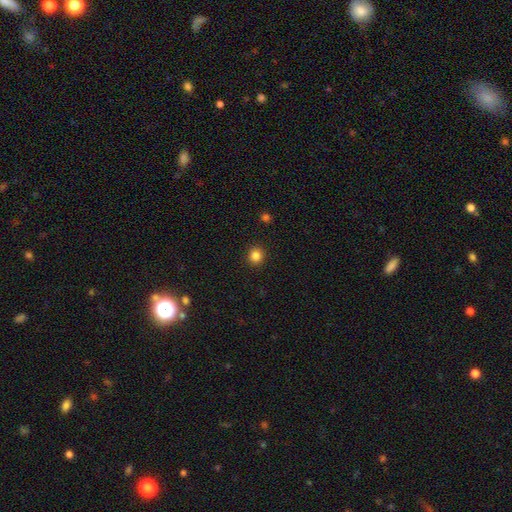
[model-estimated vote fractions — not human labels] smooth 84%, star or artifact 12%, featured or disk 4%. Down the decision tree: how rounded — round (90%); merging — none (92%).